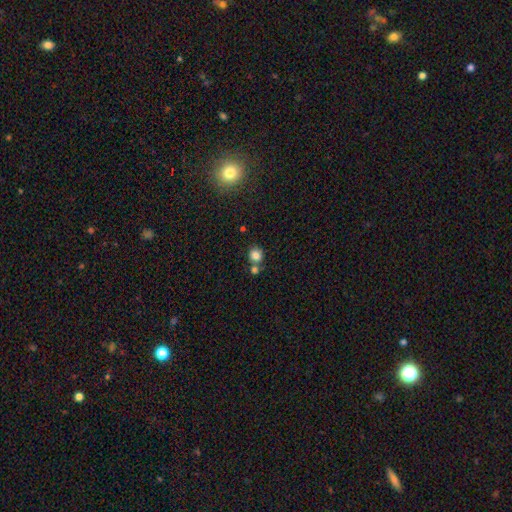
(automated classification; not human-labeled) smooth-or-featured: smooth: 81% | star or artifact: 11% | featured or disk: 8%
  how-rounded: round: 81% | in between: 18% | cigar-shaped: 1%
  merging: none: 57% | merger: 29% | minor disturbance: 11% | major disturbance: 4%